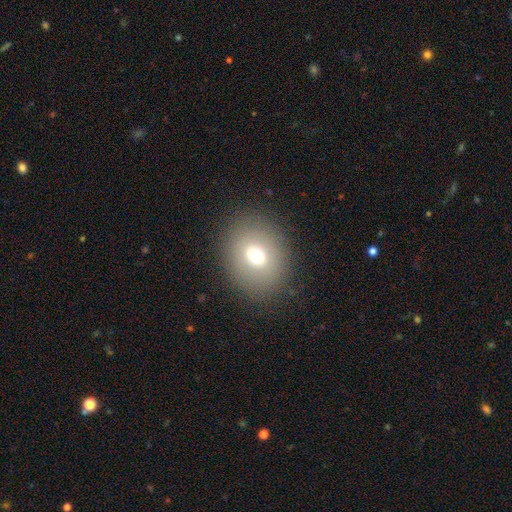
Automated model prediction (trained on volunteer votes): This appears to be a smooth galaxy with no disk features (69%) that is round (57%). Merging: none (88%).